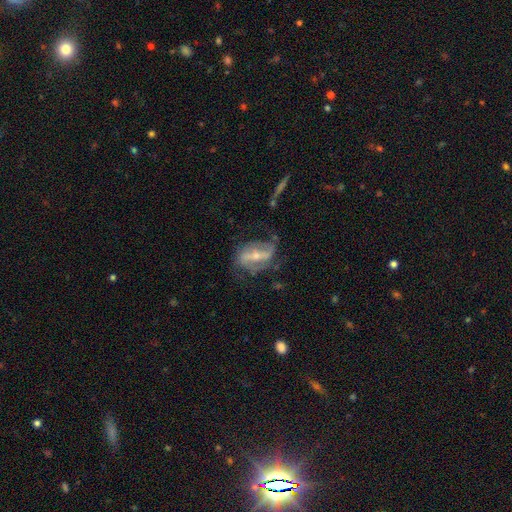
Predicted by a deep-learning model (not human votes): A featured or disk galaxy (79%) with a strong bar (61%), 2 (73%) loose (43%) spiral arms (80%) and a small central bulge (50%). Merging: none (56%).